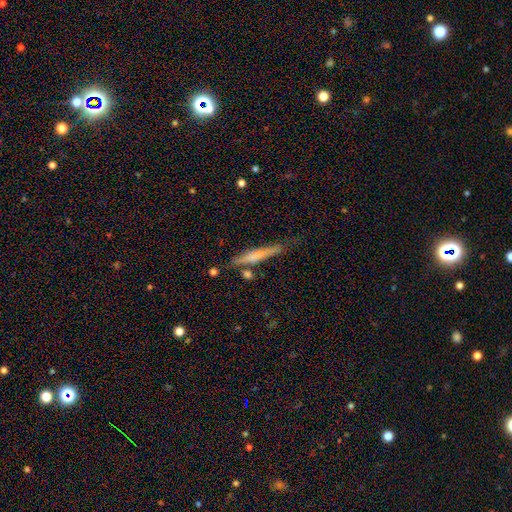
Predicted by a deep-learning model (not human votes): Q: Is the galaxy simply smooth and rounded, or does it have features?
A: smooth — 50%.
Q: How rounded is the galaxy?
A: cigar-shaped — 93%.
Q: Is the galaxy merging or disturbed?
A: none — 70%.